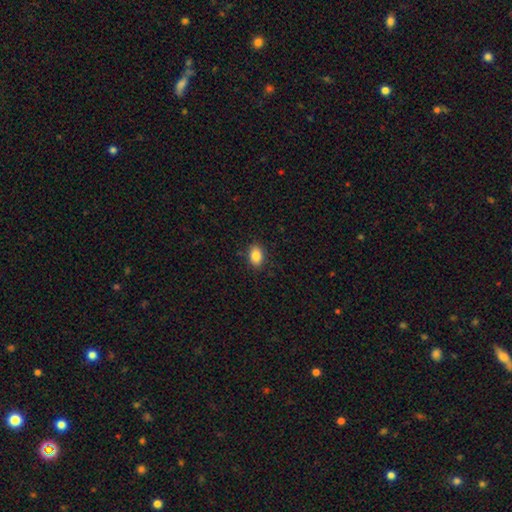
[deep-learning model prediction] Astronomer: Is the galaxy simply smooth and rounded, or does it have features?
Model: smooth — 86%.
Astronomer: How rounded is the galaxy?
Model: in between — 83%.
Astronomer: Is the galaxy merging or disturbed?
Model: none — 87%.